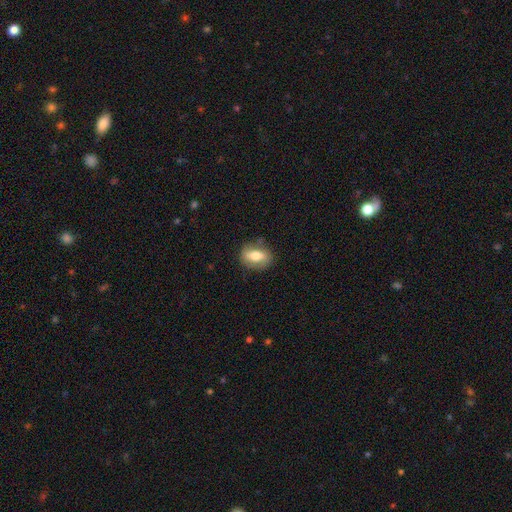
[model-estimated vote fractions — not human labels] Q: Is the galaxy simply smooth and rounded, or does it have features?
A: smooth — 66%.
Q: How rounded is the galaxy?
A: in between — 75%.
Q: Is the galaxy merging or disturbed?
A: none — 79%.